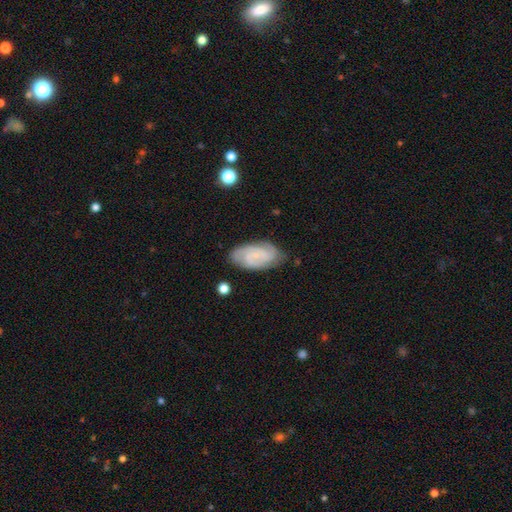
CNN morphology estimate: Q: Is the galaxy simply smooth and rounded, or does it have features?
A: featured or disk — 71%.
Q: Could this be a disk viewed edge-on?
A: no — 96%.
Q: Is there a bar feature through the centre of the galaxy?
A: no — 55%.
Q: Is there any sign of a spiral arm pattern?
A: yes — 95%.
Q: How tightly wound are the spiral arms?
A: tight — 53%.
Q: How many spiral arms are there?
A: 2 — 48%.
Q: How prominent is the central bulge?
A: small — 61%.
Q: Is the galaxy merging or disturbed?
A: none — 79%.